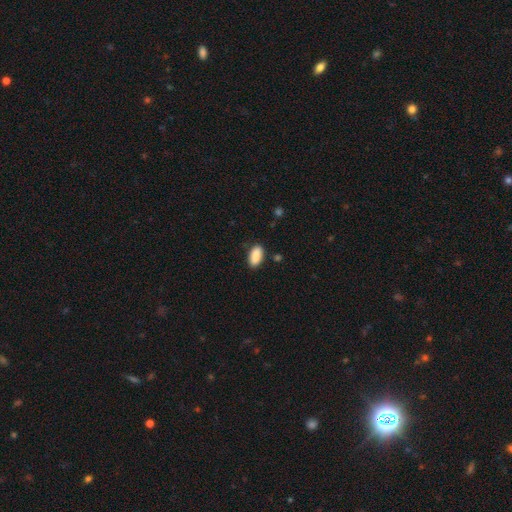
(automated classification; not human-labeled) Q: Smooth or featured?
A: smooth (89%); runner-up: star or artifact (6%)
Q: How rounded?
A: in between (91%); runner-up: cigar-shaped (6%)
Q: Merging?
A: none (85%); runner-up: minor disturbance (11%)